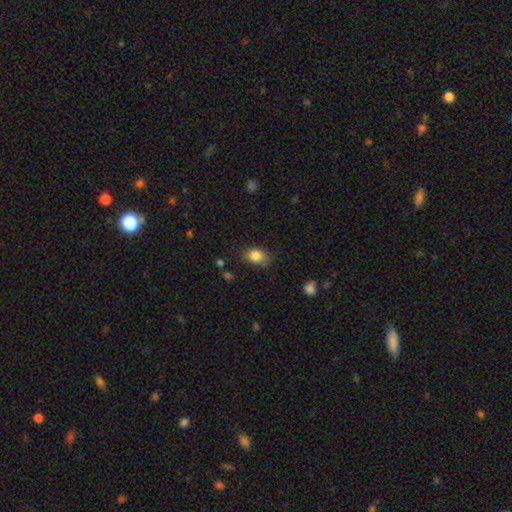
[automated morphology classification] Smooth or featured?
  - smooth: 84% *
  - star or artifact: 9%
  - featured or disk: 7%
How rounded?
  - in between: 73% *
  - round: 25%
  - cigar-shaped: 1%
Merging?
  - none: 69% *
  - minor disturbance: 24%
  - major disturbance: 6%
  - merger: 2%